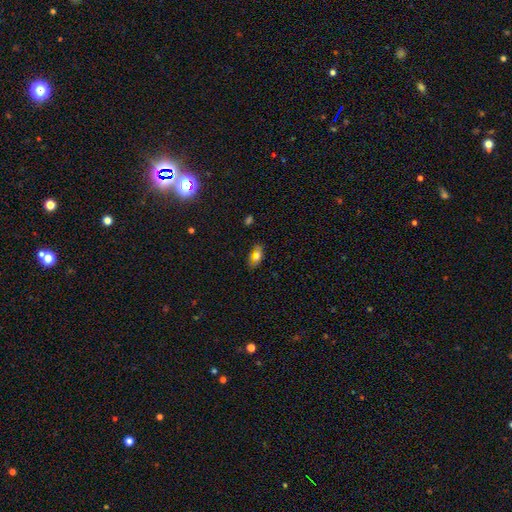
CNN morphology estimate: Smooth or featured? smooth (62%)
How rounded? in between (88%)
Merging? none (79%)